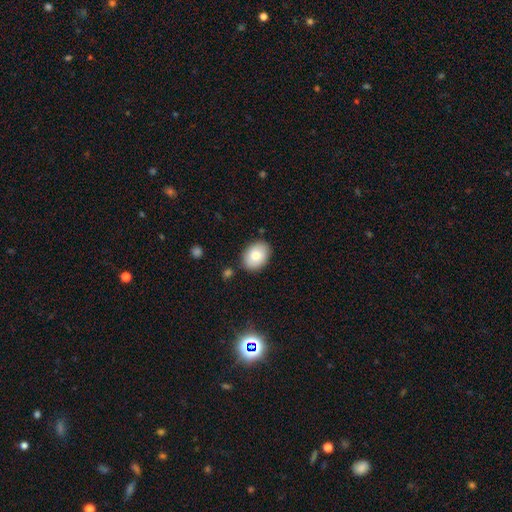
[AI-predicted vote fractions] A smooth galaxy with no disk features (77%) that is in between round and cigar-shaped (77%).

Vote fractions:
- Smooth or featured? smooth: 77% / featured or disk: 15% / star or artifact: 7%
- How rounded? in between: 77% / round: 22% / cigar-shaped: 1%
- Merging? none: 85% / minor disturbance: 11% / merger: 2% / major disturbance: 2%